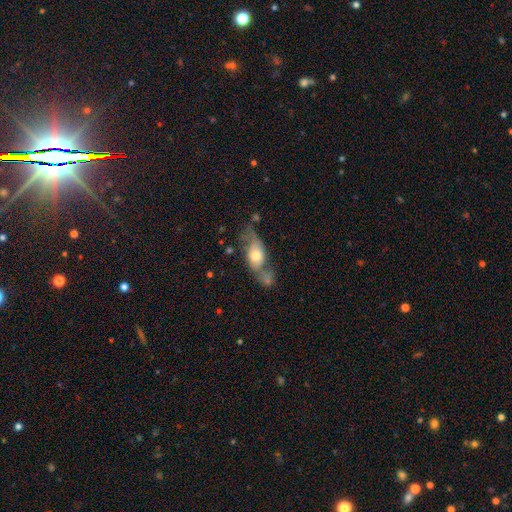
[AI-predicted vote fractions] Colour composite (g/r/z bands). It shows a smooth galaxy with no disk features (52%) that is in between round and cigar-shaped (76%). Merging: none (35%).